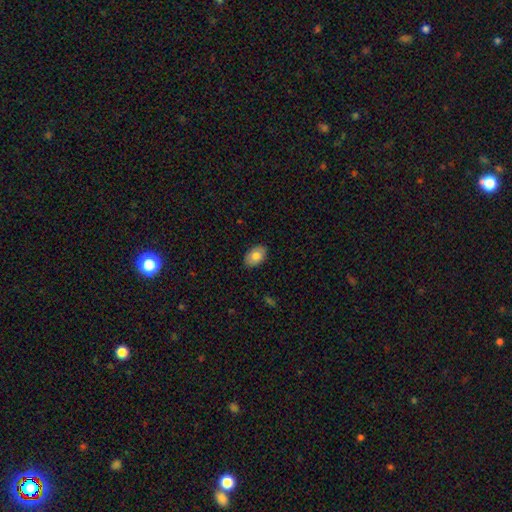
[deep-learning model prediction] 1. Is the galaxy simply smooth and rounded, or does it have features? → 80% smooth, 13% featured or disk, 7% star or artifact.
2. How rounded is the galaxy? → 89% in between, 10% round, 1% cigar-shaped.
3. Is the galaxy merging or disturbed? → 87% none, 10% minor disturbance, 2% major disturbance, 1% merger.